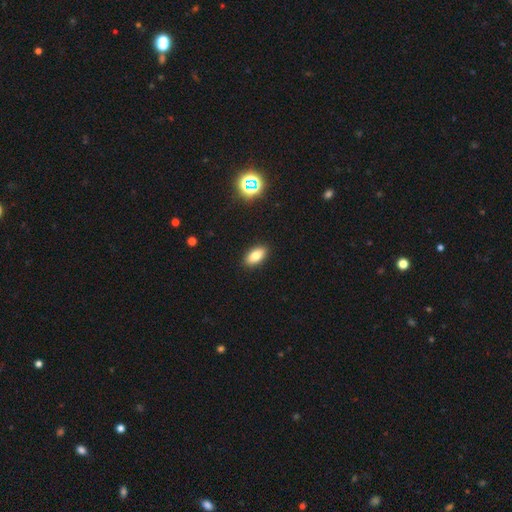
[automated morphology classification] Overall: smooth (79%). How rounded: in between (90%). Merging: none (90%).